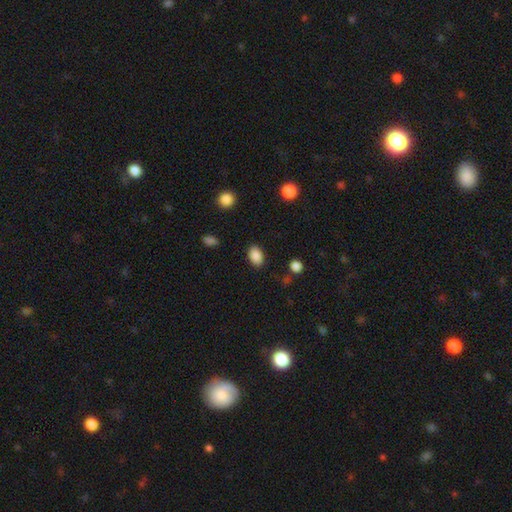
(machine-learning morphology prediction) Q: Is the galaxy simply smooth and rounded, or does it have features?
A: smooth — 88%.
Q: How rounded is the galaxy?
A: in between — 85%.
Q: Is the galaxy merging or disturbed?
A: none — 86%.